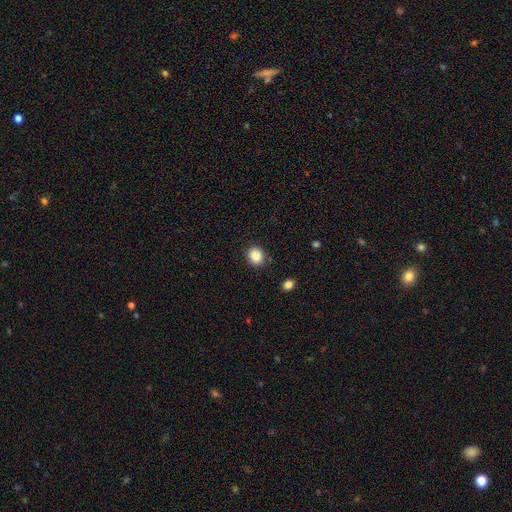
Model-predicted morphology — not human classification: smooth_or_featured: smooth (p=0.86) [alt: star or artifact p=0.09]
how_rounded: round (p=0.74) [alt: in between p=0.25]
merging: none (p=0.88) [alt: minor disturbance p=0.07]